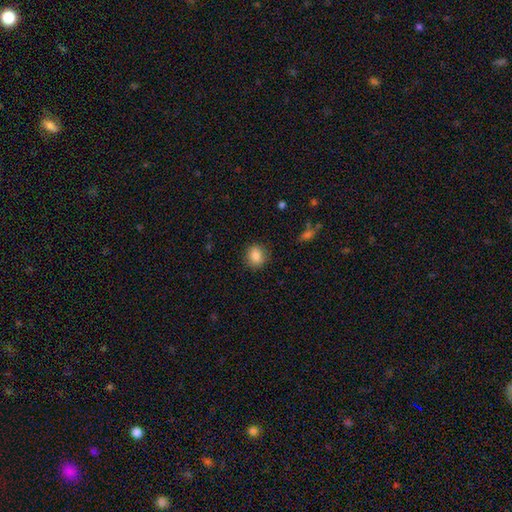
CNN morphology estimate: Q: Smooth or featured?
A: smooth (85%); runner-up: star or artifact (9%)
Q: How rounded?
A: round (73%); runner-up: in between (26%)
Q: Merging?
A: none (87%); runner-up: minor disturbance (9%)